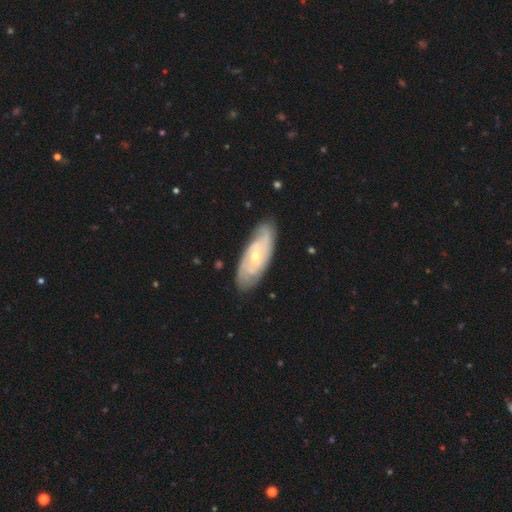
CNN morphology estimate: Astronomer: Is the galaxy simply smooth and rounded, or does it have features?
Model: featured or disk — 75%.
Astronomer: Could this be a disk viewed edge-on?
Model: no — 88%.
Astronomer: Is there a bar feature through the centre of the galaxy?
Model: no — 65%.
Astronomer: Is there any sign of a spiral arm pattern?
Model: yes — 89%.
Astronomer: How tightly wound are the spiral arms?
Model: tight — 64%.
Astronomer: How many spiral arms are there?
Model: can't tell — 44% (runner-up: 2, 30%).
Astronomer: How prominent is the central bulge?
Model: small — 61%.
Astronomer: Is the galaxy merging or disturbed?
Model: none — 81%.